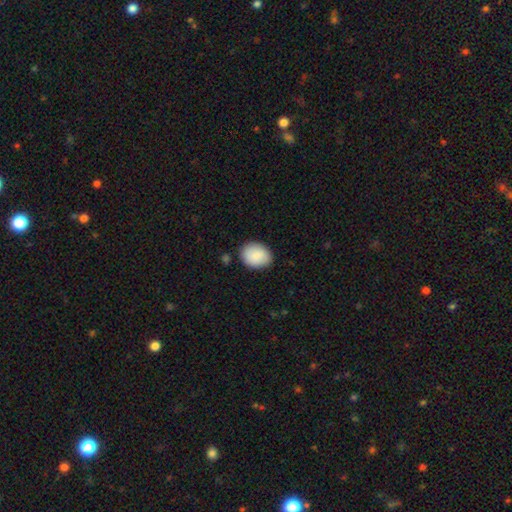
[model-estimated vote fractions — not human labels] Morphology: type=smooth (88%); roundness=in between (54%); merging=none (85%).